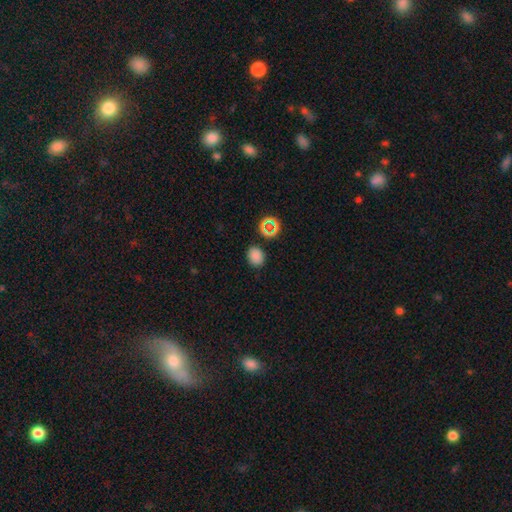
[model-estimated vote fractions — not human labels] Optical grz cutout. It shows a smooth galaxy with no disk features (79%) that is round (56%). Merging: none (84%).